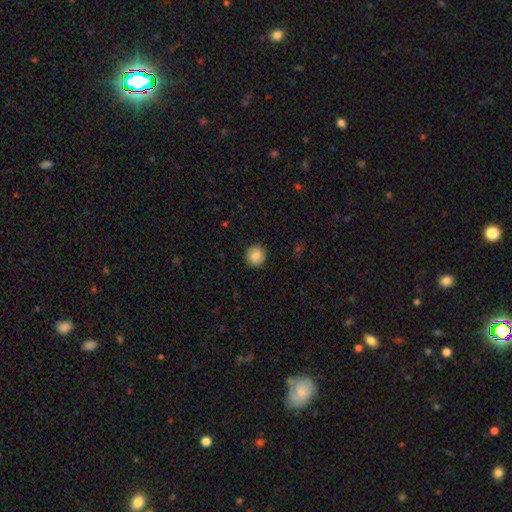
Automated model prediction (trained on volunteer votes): Smooth or featured? Predicted: smooth (p=0.86). How rounded? Predicted: round (p=0.91). Merging? Predicted: none (p=0.91).